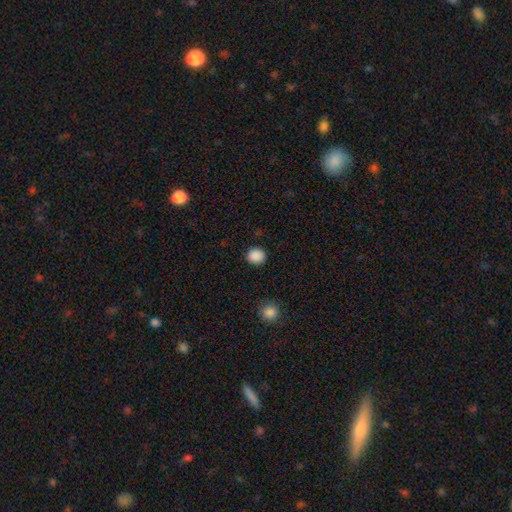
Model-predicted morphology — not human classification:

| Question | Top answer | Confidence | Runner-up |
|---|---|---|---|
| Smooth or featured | smooth | 88% | star or artifact (10%) |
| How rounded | round | 84% | in between (15%) |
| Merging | none | 90% | minor disturbance (7%) |